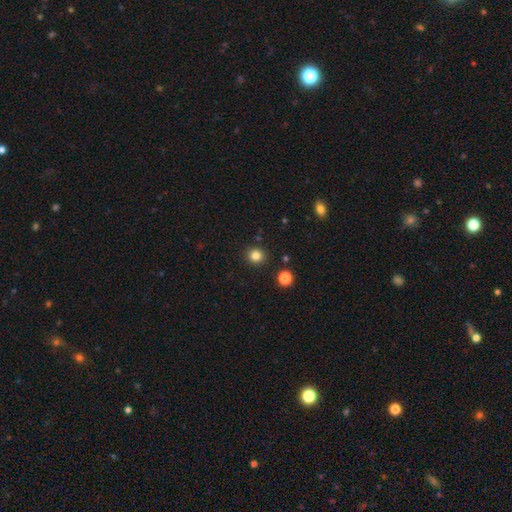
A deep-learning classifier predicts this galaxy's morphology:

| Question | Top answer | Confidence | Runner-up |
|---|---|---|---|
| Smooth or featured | smooth | 82% | star or artifact (13%) |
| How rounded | round | 90% | in between (9%) |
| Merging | none | 91% | minor disturbance (5%) |